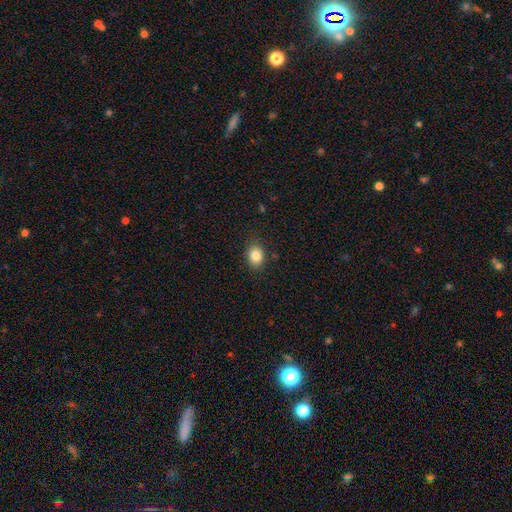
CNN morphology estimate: Overall: smooth (84%). How rounded: in between (58%; round 41%). Merging: none (85%).